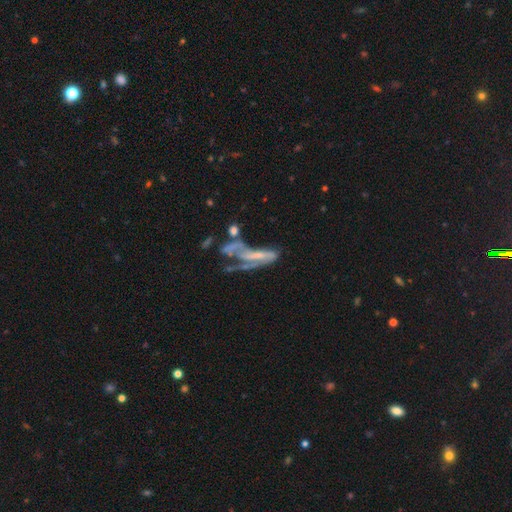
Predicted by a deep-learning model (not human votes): Smooth or featured?
  - featured or disk: 63% *
  - smooth: 23%
  - star or artifact: 13%
Edge-on disk?
  - no: 80% *
  - yes: 20%
Bar?
  - no: 60% *
  - strong: 21%
  - weak: 19%
Spiral arms?
  - no: 59% *
  - yes: 41%
Bulge size?
  - none: 55% *
  - small: 26%
  - moderate: 14%
  - large: 3%
  - dominant: 2%
Merging?
  - major disturbance: 40% *
  - merger: 30%
  - none: 17%
  - minor disturbance: 13%